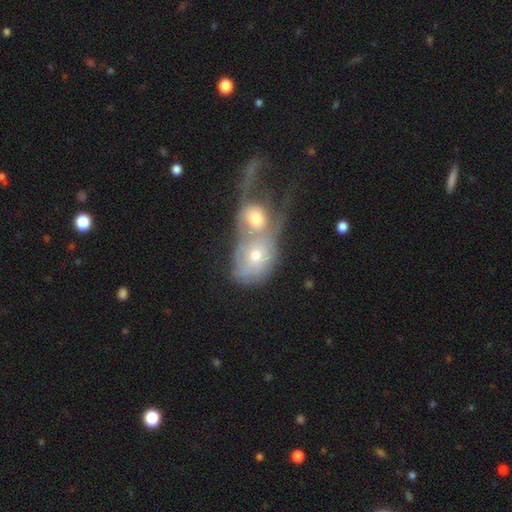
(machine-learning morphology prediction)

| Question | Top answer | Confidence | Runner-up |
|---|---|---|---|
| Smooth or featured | featured or disk | 50% | smooth (39%) |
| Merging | merger | 81% | none (9%) |